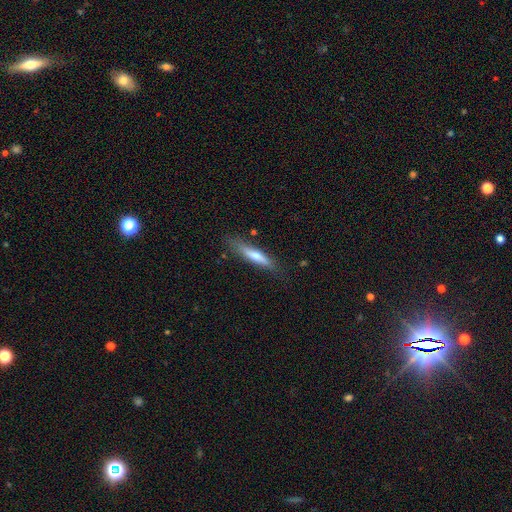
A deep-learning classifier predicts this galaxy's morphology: This is possibly a smooth galaxy (57%). How rounded: clearly cigar-shaped (86%). Merging: likely none (79%).